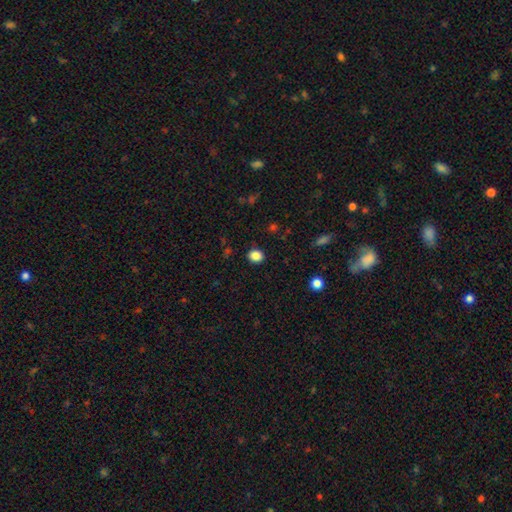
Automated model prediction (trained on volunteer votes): Smooth or featured?
  - smooth: 86% *
  - star or artifact: 10%
  - featured or disk: 3%
How rounded?
  - round: 68% *
  - in between: 31%
  - cigar-shaped: 1%
Merging?
  - none: 89% *
  - minor disturbance: 7%
  - major disturbance: 2%
  - merger: 1%